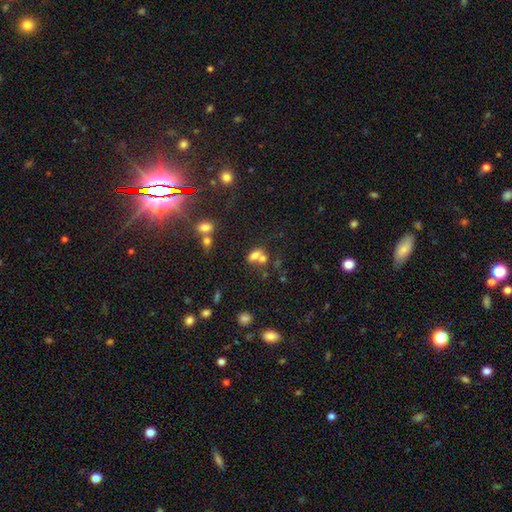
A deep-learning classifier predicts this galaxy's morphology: The model was most divided on "merging": merger: 55%, none: 31%, minor disturbance: 9%, major disturbance: 6%. More confident: how rounded — in between (68%); smooth or featured — smooth (67%).